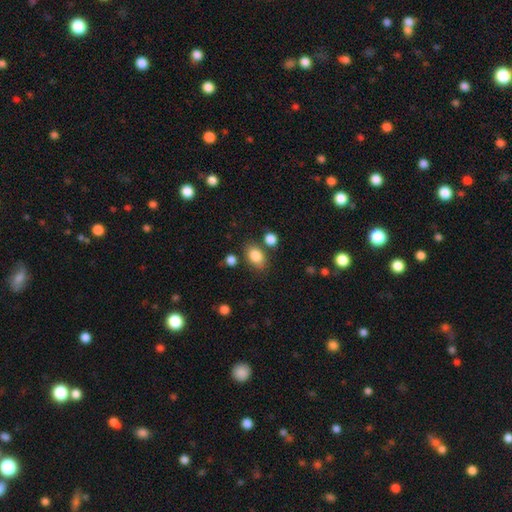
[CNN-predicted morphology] smooth 85%, star or artifact 9%, featured or disk 6%. Down the decision tree: how rounded — in between (80%); merging — none (73%).